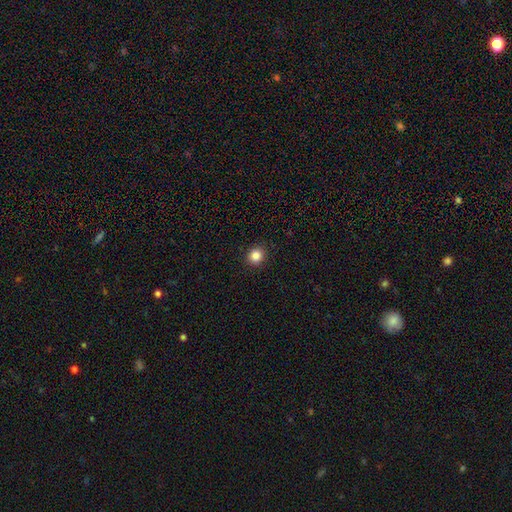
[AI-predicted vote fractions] Smooth or featured?
  - smooth: 84% *
  - star or artifact: 11%
  - featured or disk: 4%
How rounded?
  - round: 86% *
  - in between: 13%
  - cigar-shaped: 1%
Merging?
  - none: 92% *
  - minor disturbance: 5%
  - major disturbance: 2%
  - merger: 1%